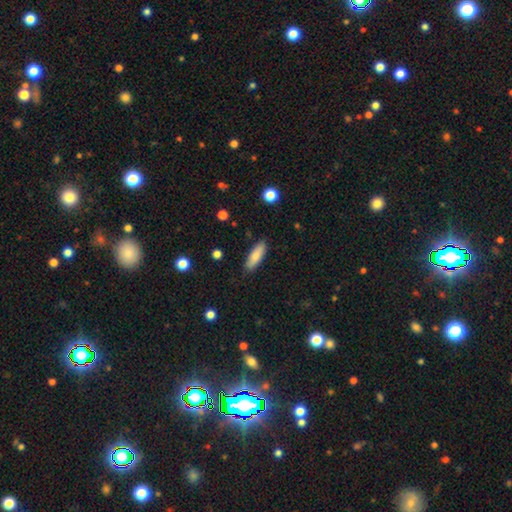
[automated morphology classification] type=smooth (83%); roundness=in between (55%); merging=none (86%).